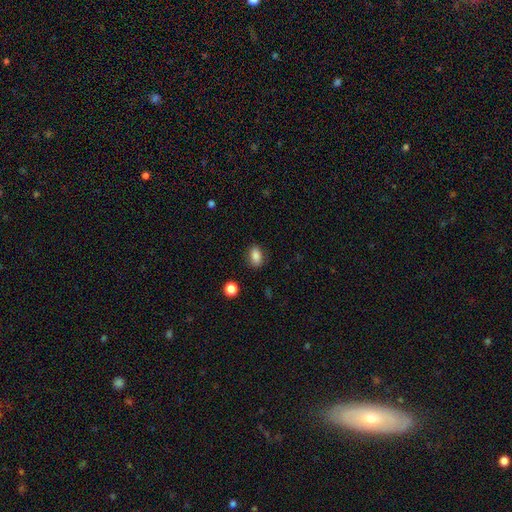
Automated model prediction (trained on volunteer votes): Smooth or featured? smooth (85%)
How rounded? in between (84%)
Merging? none (85%)